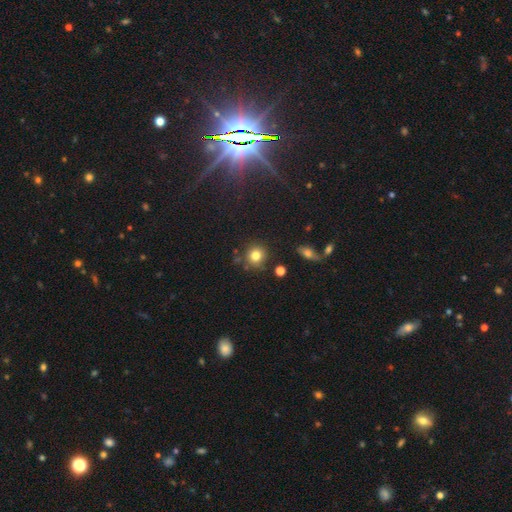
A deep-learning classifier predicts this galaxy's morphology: A smooth galaxy with no disk features (80%) that is round (89%). Merging: none (79%).